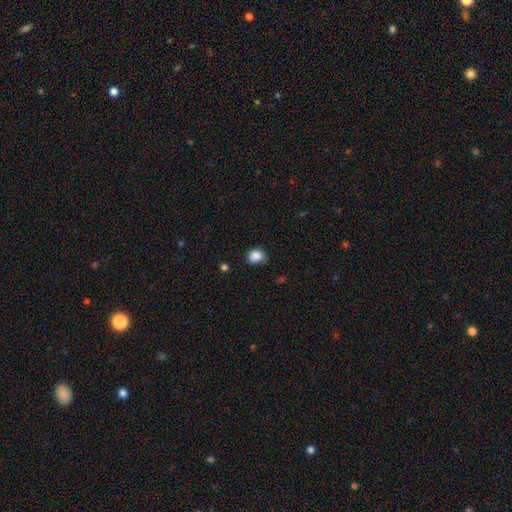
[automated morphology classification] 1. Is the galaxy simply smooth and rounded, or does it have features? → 86% smooth, 10% star or artifact, 4% featured or disk.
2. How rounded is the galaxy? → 69% round, 30% in between, 1% cigar-shaped.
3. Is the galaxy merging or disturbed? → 69% none, 25% minor disturbance, 4% major disturbance, 2% merger.